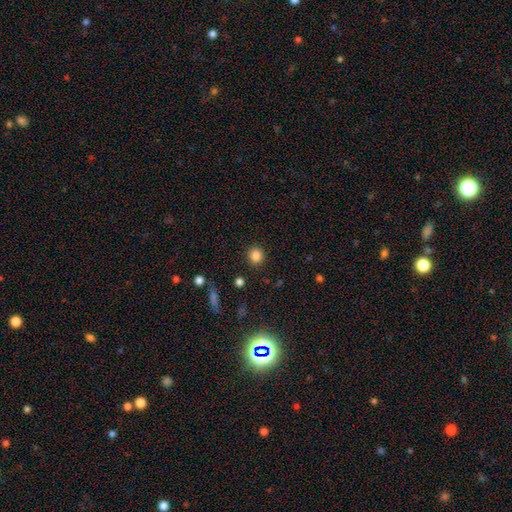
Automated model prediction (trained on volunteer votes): Smooth or featured: smooth — 85% (star or artifact — 11%)
How rounded: round — 87% (in between — 12%)
Merging: none — 90% (minor disturbance — 6%)